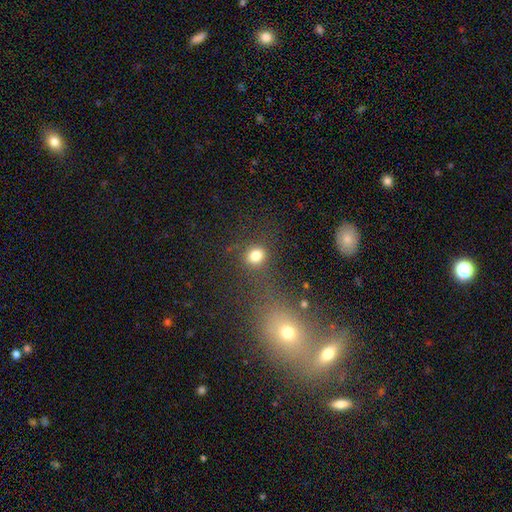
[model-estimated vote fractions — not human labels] Smooth or featured?
  - smooth: 79% *
  - star or artifact: 14%
  - featured or disk: 6%
How rounded?
  - round: 76% *
  - in between: 23%
  - cigar-shaped: 1%
Merging?
  - none: 76% *
  - minor disturbance: 11%
  - merger: 8%
  - major disturbance: 6%